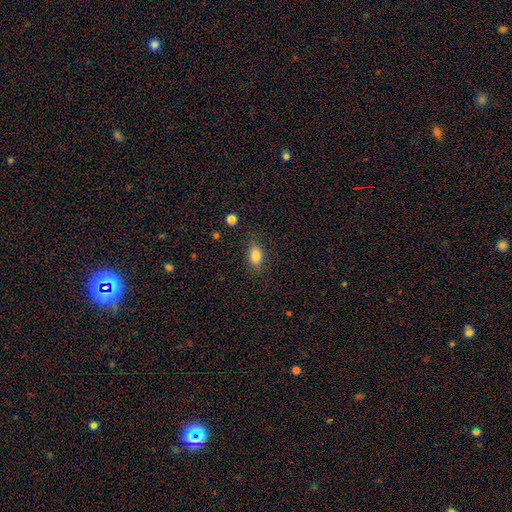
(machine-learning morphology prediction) Smooth or featured? smooth (84%)
How rounded? in between (84%)
Merging? none (82%)